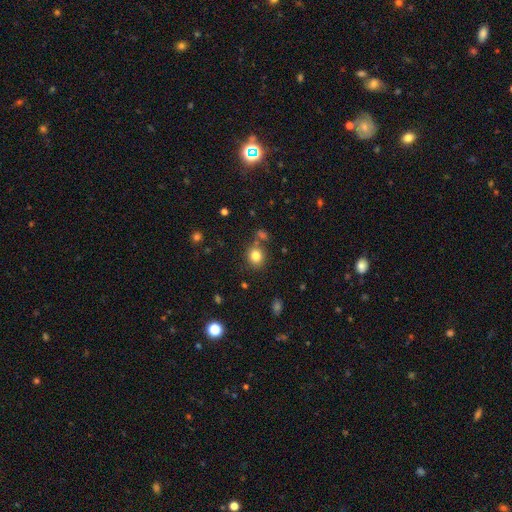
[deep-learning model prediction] smooth 81%, star or artifact 12%, featured or disk 7%. Down the decision tree: how rounded — round (76%); merging — none (73%).